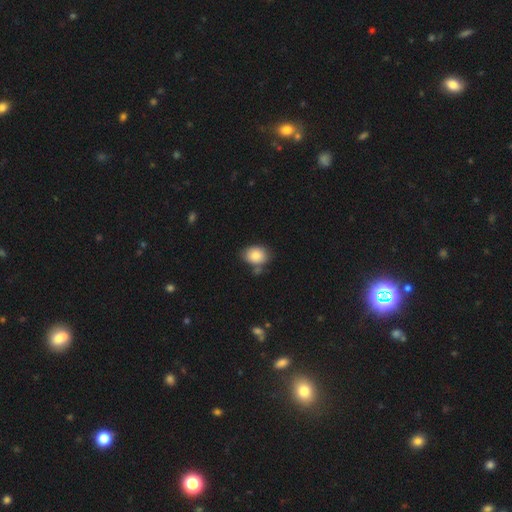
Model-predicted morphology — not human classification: Overall: smooth (84%). How rounded: in between (65%; round 34%). Merging: none (68%).